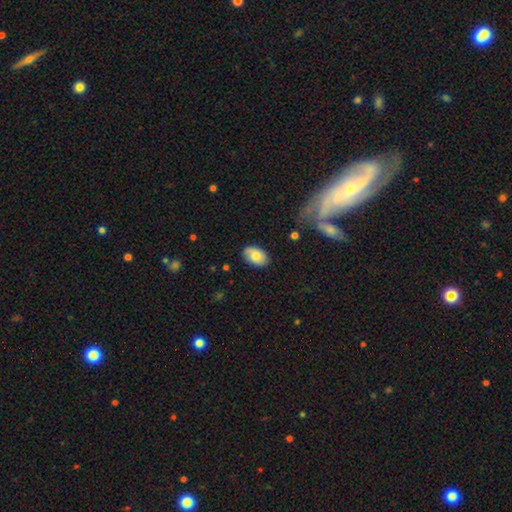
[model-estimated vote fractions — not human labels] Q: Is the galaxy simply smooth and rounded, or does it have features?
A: smooth — 75%.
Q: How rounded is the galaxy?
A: in between — 91%.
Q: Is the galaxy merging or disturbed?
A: none — 83%.